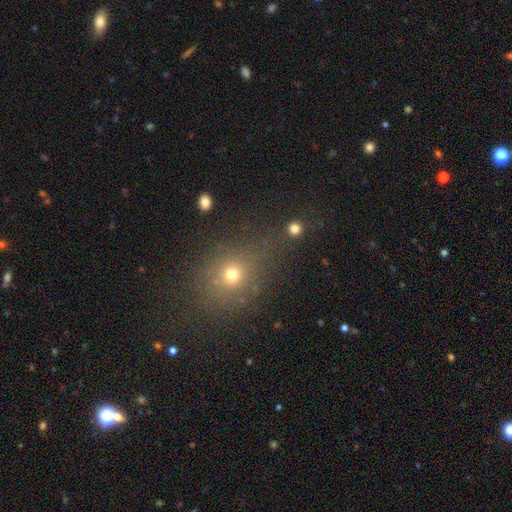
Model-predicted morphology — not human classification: smooth 53%, star or artifact 36%, featured or disk 11%. Down the decision tree: how rounded — round (67%); merging — none (71%).